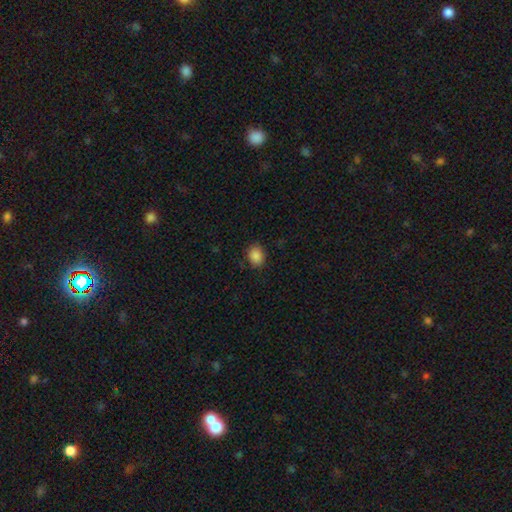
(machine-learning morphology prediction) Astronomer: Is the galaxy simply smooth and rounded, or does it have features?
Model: smooth — 87%.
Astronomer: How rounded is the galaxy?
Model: in between — 56% (runner-up: round, 43%).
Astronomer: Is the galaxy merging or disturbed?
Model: none — 85%.